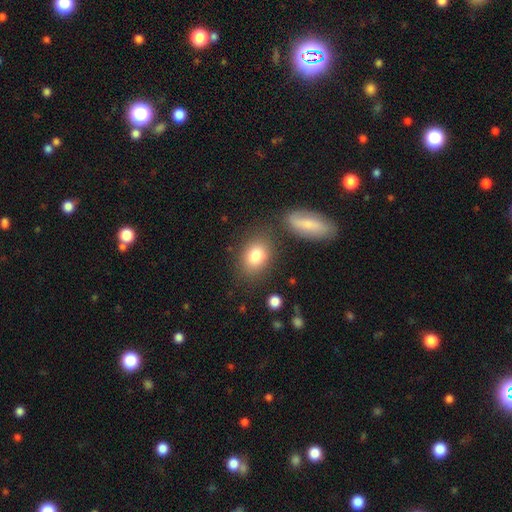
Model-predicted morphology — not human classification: The model was most divided on "how rounded": in between: 65%, round: 33%, cigar-shaped: 2%. More confident: smooth or featured — smooth (81%); merging — none (75%).